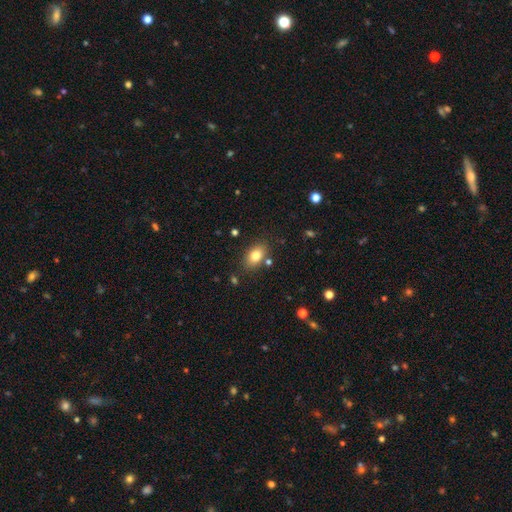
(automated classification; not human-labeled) Smooth or featured?
  - smooth: 80% *
  - featured or disk: 11%
  - star or artifact: 9%
How rounded?
  - in between: 85% *
  - round: 14%
  - cigar-shaped: 2%
Merging?
  - none: 81% *
  - minor disturbance: 11%
  - merger: 5%
  - major disturbance: 3%